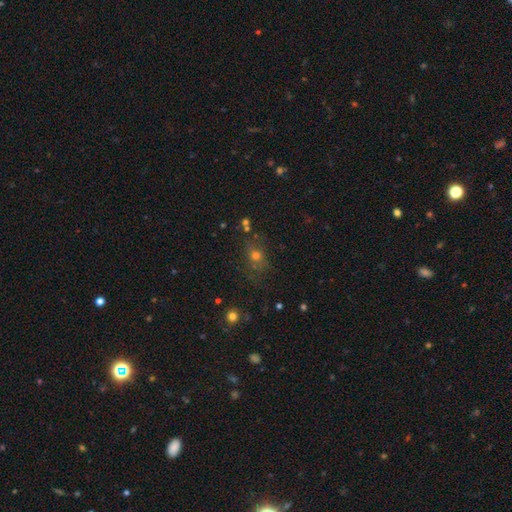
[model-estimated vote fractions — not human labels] A smooth galaxy with no disk features (55%) that is round (60%). Merging: none (70%).